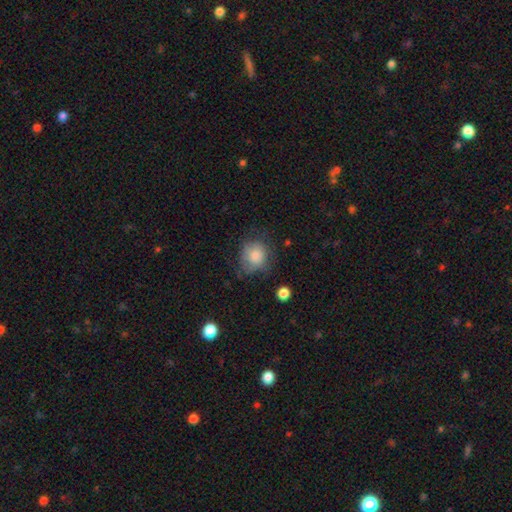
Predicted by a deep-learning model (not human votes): A smooth galaxy with no disk features (77%) that is round (72%).

Vote fractions:
- Smooth or featured? smooth: 77% / featured or disk: 14% / star or artifact: 9%
- How rounded? round: 72% / in between: 27% / cigar-shaped: 1%
- Merging? none: 57% / minor disturbance: 29% / major disturbance: 12% / merger: 2%